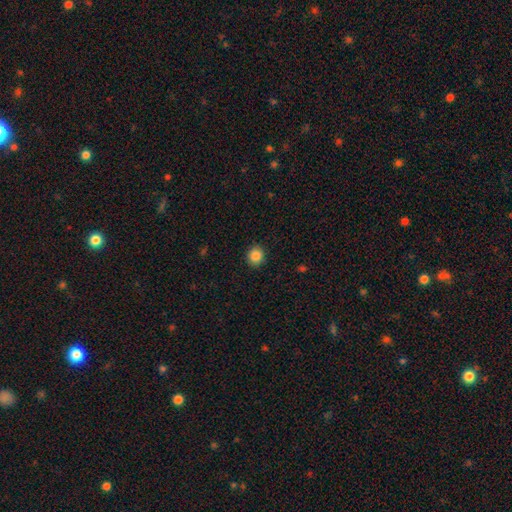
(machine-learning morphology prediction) type=smooth (86%); roundness=round (83%); merging=none (91%).